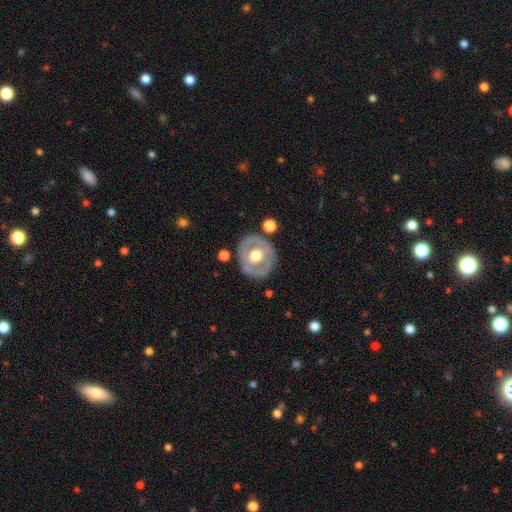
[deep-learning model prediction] A featured or disk galaxy (64%) with no bar (77%), no spiral arms (76%) and a moderate central bulge (60%).

Vote fractions:
- Smooth or featured? featured or disk: 64% / smooth: 31% / star or artifact: 5%
- Edge-on disk? no: 95% / yes: 5%
- Bar? no: 77% / weak: 17% / strong: 6%
- Spiral arms? no: 76% / yes: 24%
- Bulge size? moderate: 60% / large: 32% / small: 4% / dominant: 2% / none: 1%
- Merging? none: 78% / minor disturbance: 13% / major disturbance: 5% / merger: 3%